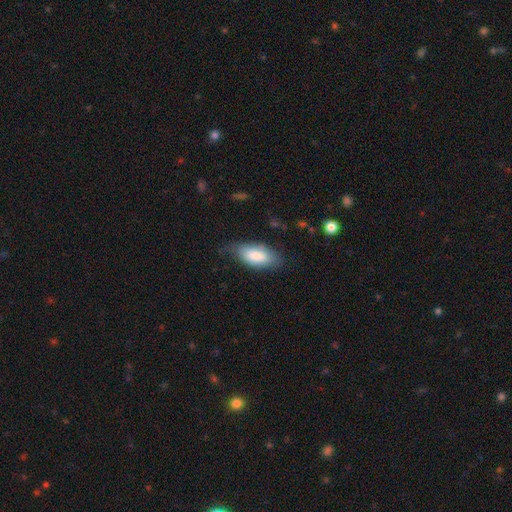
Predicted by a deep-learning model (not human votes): Morphology: type=smooth (82%); roundness=in between (88%); merging=none (63%).